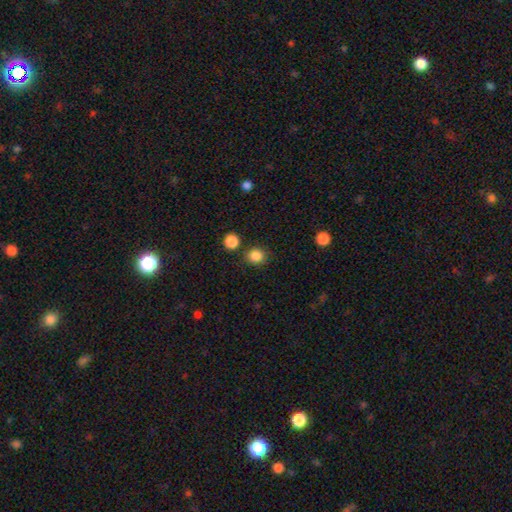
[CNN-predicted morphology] This is clearly a smooth galaxy (86%). How rounded: clearly round (84%). Merging: clearly none (83%).